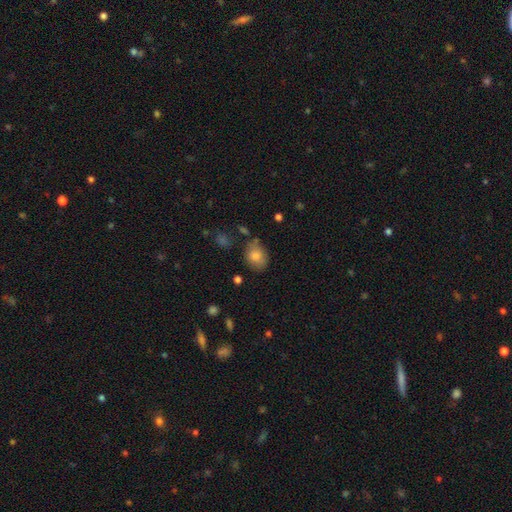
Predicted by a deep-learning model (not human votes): smooth 82%, featured or disk 10%, star or artifact 8%. Down the decision tree: how rounded — in between (61%); merging — none (67%).